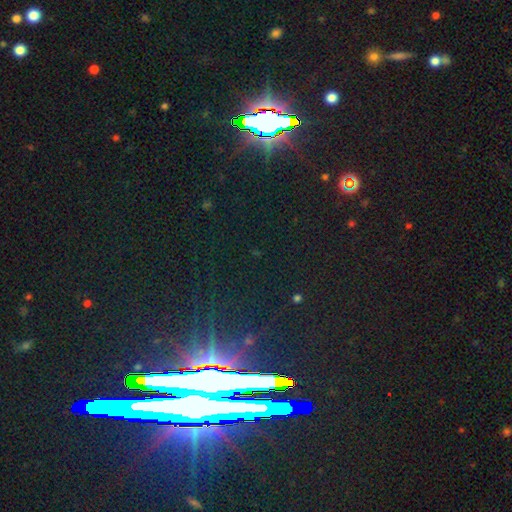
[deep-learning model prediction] This is clearly a star or artifact rather than a galaxy (83%).